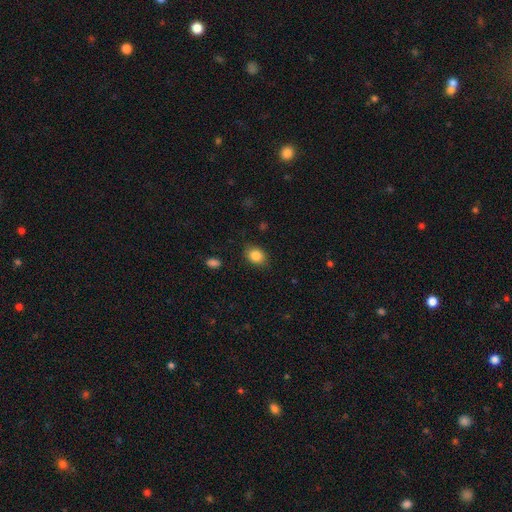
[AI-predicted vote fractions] The model was most divided on "how rounded": in between: 61%, round: 38%, cigar-shaped: 1%. More confident: smooth or featured — smooth (85%); merging — none (83%).